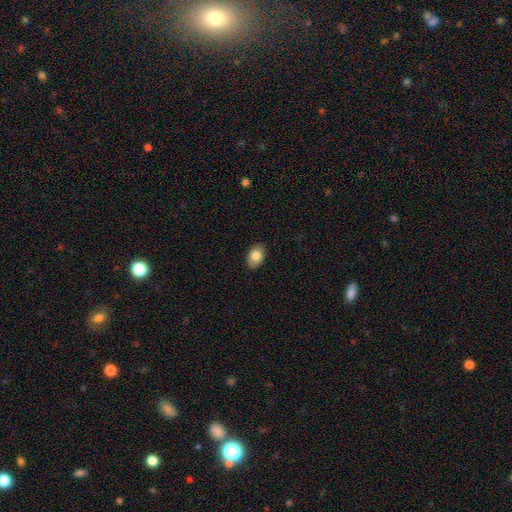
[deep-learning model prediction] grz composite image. It shows a smooth galaxy with no disk features (81%) that is in between round and cigar-shaped (86%). Merging: none (88%).